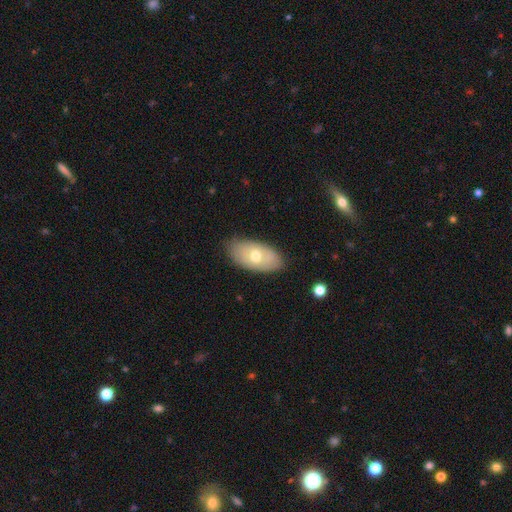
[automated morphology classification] Smooth or featured? smooth (62%)
How rounded? in between (93%)
Merging? none (80%)